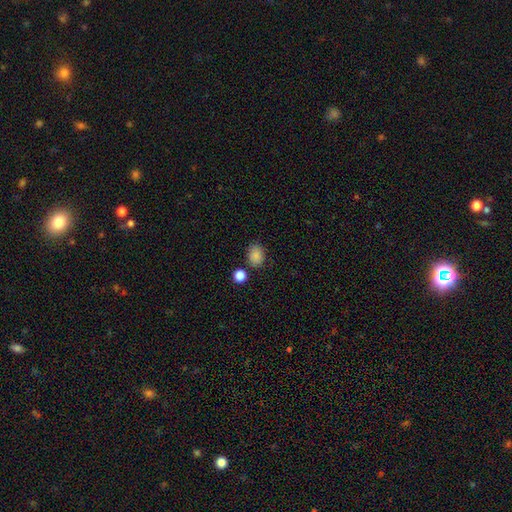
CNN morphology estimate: smooth-or-featured: smooth: 85% | star or artifact: 11% | featured or disk: 4%
  how-rounded: in between: 56% | round: 43% | cigar-shaped: 1%
  merging: none: 77% | minor disturbance: 13% | merger: 7% | major disturbance: 3%